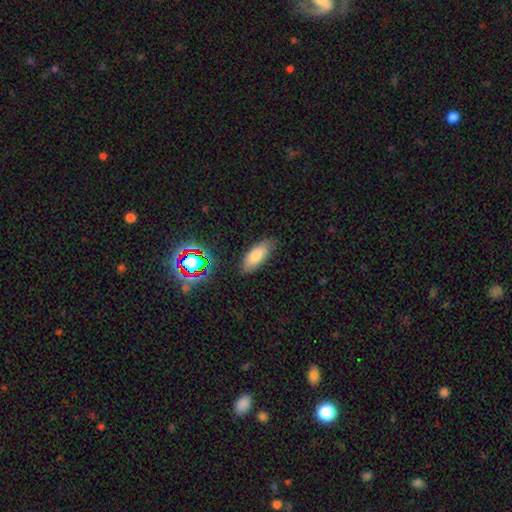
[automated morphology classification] Smooth or featured? Predicted: smooth (p=0.78). How rounded? Predicted: in between (p=0.80). Merging? Predicted: none (p=0.81).